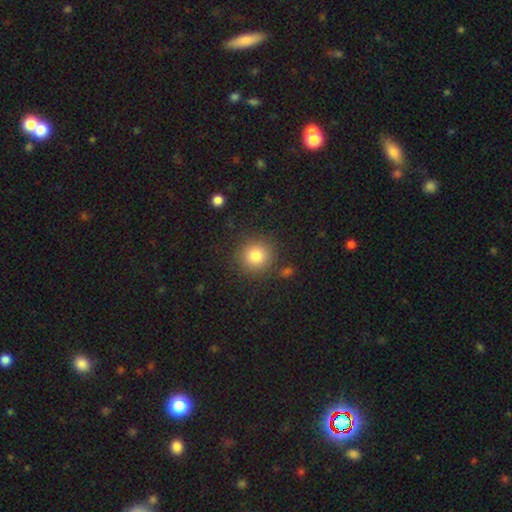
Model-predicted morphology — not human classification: Smooth or featured? smooth (83%)
How rounded? round (91%)
Merging? none (86%)